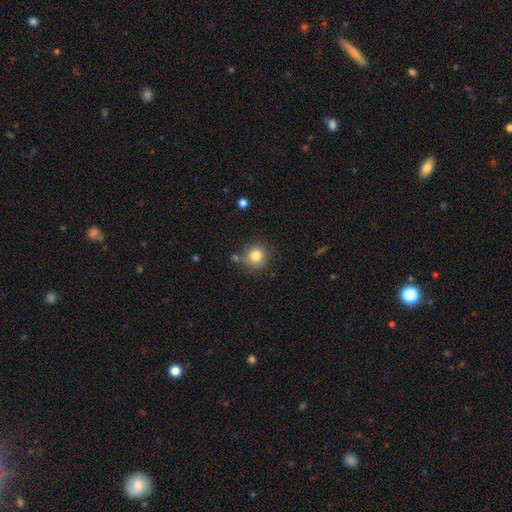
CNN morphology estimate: Smooth or featured: smooth — 81% (star or artifact — 11%)
How rounded: round — 90% (in between — 9%)
Merging: none — 75% (minor disturbance — 14%)